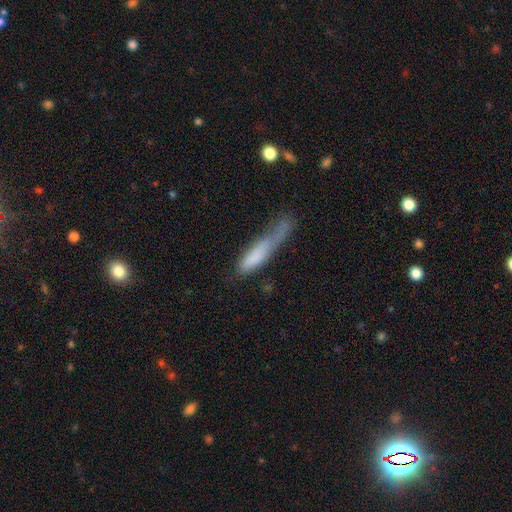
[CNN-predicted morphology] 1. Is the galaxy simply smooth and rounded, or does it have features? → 69% smooth, 23% featured or disk, 8% star or artifact.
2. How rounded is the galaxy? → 83% cigar-shaped, 15% in between, 2% round.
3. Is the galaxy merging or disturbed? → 31% none (tied), 31% major disturbance (tied), 30% minor disturbance, 8% merger.